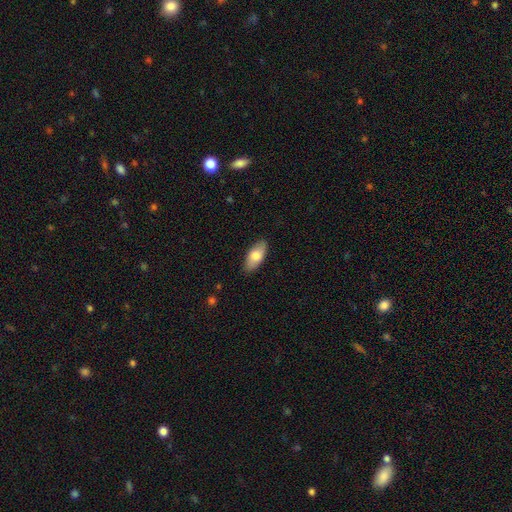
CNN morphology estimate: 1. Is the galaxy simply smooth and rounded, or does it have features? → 75% smooth, 19% featured or disk, 6% star or artifact.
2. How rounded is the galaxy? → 89% in between, 9% cigar-shaped, 3% round.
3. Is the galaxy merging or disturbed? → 86% none, 11% minor disturbance, 2% major disturbance, 1% merger.